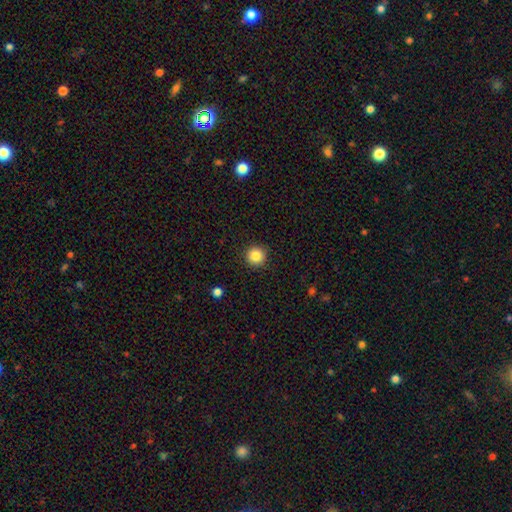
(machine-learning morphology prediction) Smooth or featured? Predicted: smooth (p=0.85). How rounded? Predicted: round (p=0.95). Merging? Predicted: none (p=0.92).